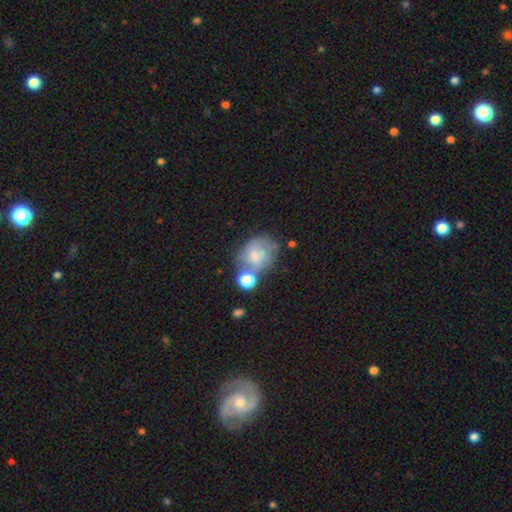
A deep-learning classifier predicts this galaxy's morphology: Smooth or featured?
  - smooth: 53% *
  - featured or disk: 35%
  - star or artifact: 11%
How rounded?
  - round: 50% *
  - in between: 49%
  - cigar-shaped: 1%
Merging?
  - none: 36% *
  - merger: 24%
  - minor disturbance: 22%
  - major disturbance: 18%